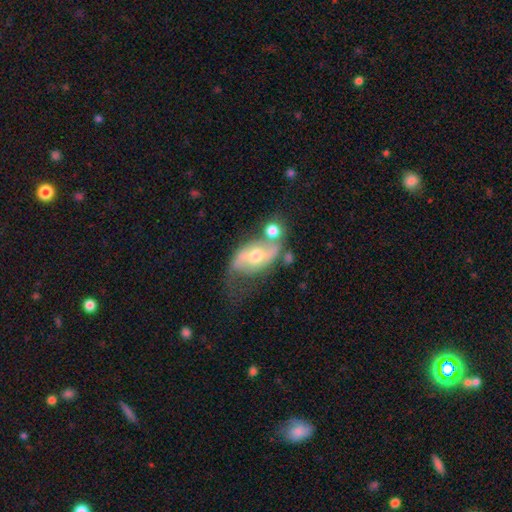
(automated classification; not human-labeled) A featured or disk galaxy (73%) with no bar (44%), 2 (86%) loose (66%) spiral arms (83%) and a moderate central bulge (68%).

Vote fractions:
- Smooth or featured? featured or disk: 73% / smooth: 20% / star or artifact: 7%
- Edge-on disk? no: 93% / yes: 7%
- Bar? no: 44% / weak: 35% / strong: 21%
- Spiral arms? yes: 83% / no: 17%
- Spiral winding? loose: 66% / medium: 26% / tight: 8%
- Spiral arm count? 2: 86% / can't tell: 7% / 1: 4% / 3: 1% / 4: 1% / more than 4: 1%
- Bulge size? moderate: 68% / small: 24% / large: 6% / none: 2% / dominant: 1%
- Merging? none: 41% / minor disturbance: 22% / merger: 20% / major disturbance: 18%